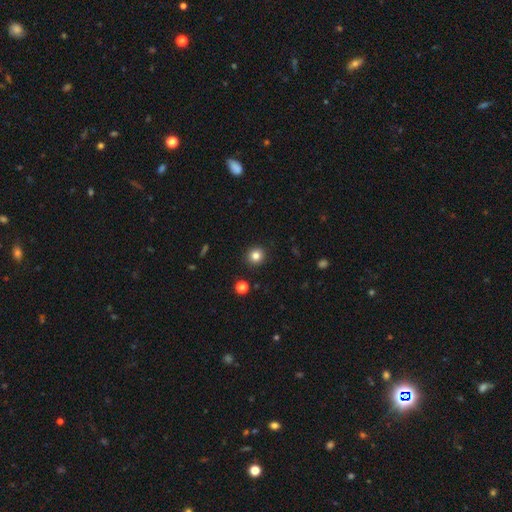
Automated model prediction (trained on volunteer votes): smooth-or-featured: smooth: 82% | star or artifact: 12% | featured or disk: 6%
  how-rounded: round: 90% | in between: 9% | cigar-shaped: 1%
  merging: none: 92% | minor disturbance: 5% | major disturbance: 2% | merger: 1%